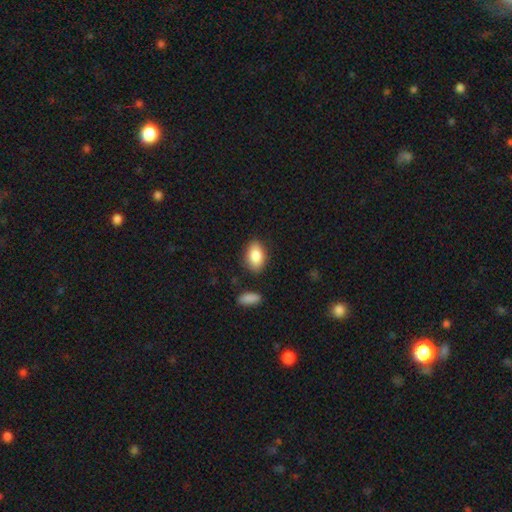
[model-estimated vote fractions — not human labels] Morphology: type=smooth (85%); roundness=in between (90%); merging=none (84%).